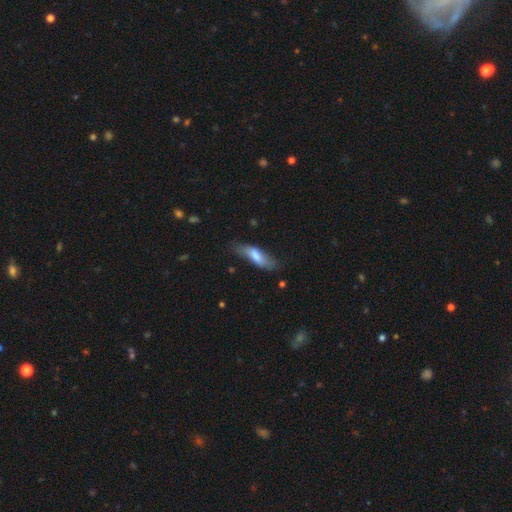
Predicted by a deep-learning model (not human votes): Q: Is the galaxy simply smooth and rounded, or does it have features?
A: smooth — 70%.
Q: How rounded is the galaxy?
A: in between — 50%.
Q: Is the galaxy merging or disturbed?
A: none — 63%.